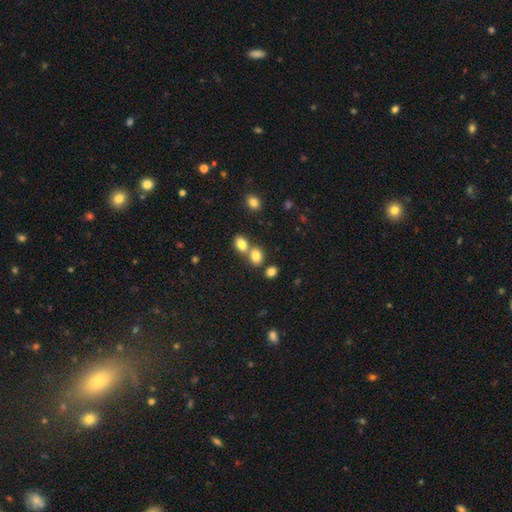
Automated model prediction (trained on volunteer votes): Morphology: type=smooth (81%); roundness=in between (60%); merging=none (45%).